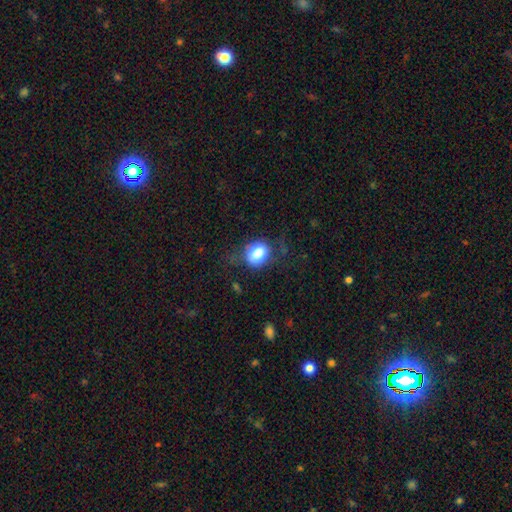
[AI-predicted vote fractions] smooth-or-featured: smooth: 80% | featured or disk: 11% | star or artifact: 8%
  how-rounded: in between: 55% | round: 43% | cigar-shaped: 1%
  merging: none: 60% | minor disturbance: 23% | major disturbance: 15% | merger: 2%